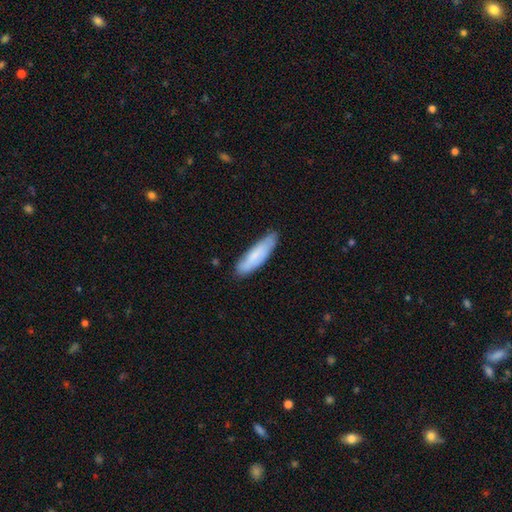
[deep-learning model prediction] Morphology: type=smooth (73%); roundness=cigar-shaped (63%); merging=none (74%).